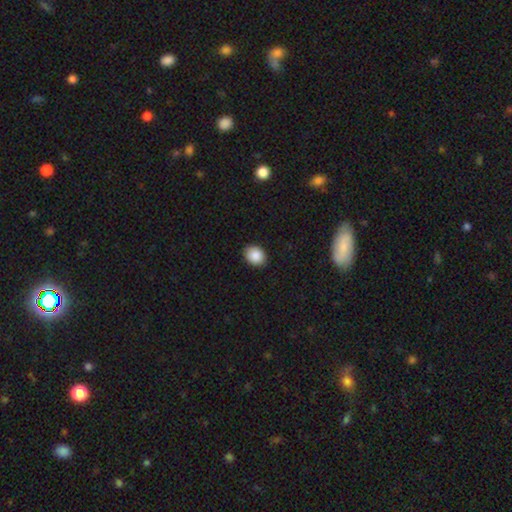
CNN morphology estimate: Smooth or featured?
  - smooth: 88% *
  - star or artifact: 8%
  - featured or disk: 4%
How rounded?
  - in between: 61% *
  - round: 38%
  - cigar-shaped: 1%
Merging?
  - none: 89% *
  - minor disturbance: 8%
  - major disturbance: 2%
  - merger: 1%